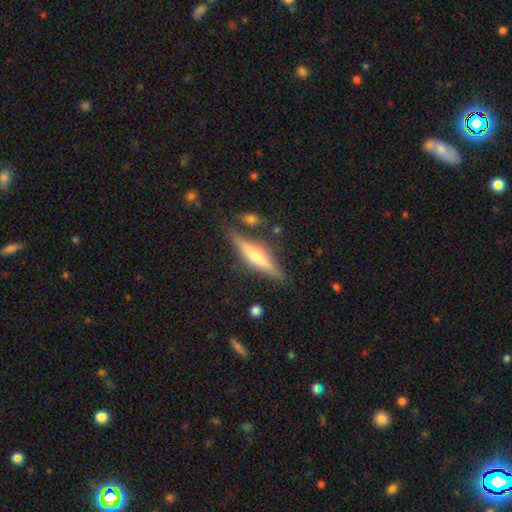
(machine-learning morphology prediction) featured or disk 61%, smooth 33%, star or artifact 6%. Down the decision tree: edge-on disk — yes (95%); edge-on bulge — rounded (78%); merging — none (80%).